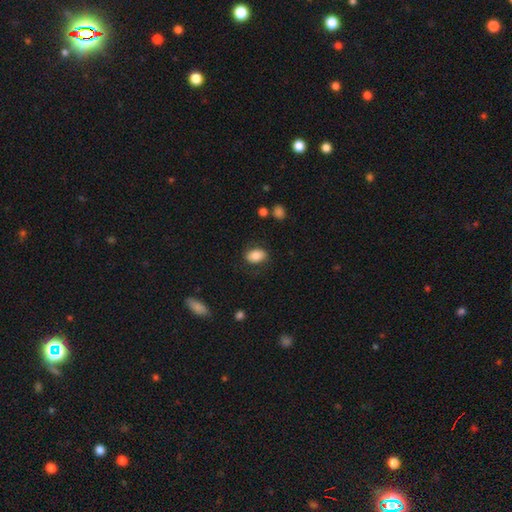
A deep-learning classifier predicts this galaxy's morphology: Q: Smooth or featured?
A: smooth (80%); runner-up: featured or disk (12%)
Q: How rounded?
A: in between (83%); runner-up: round (16%)
Q: Merging?
A: none (78%); runner-up: minor disturbance (15%)